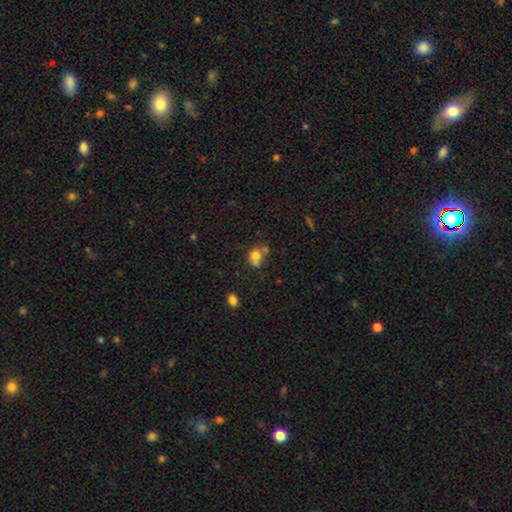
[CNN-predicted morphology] Smooth or featured? Predicted: smooth (p=0.72). How rounded? Predicted: round (p=0.68). Merging? Predicted: none (p=0.39, tied with merger).